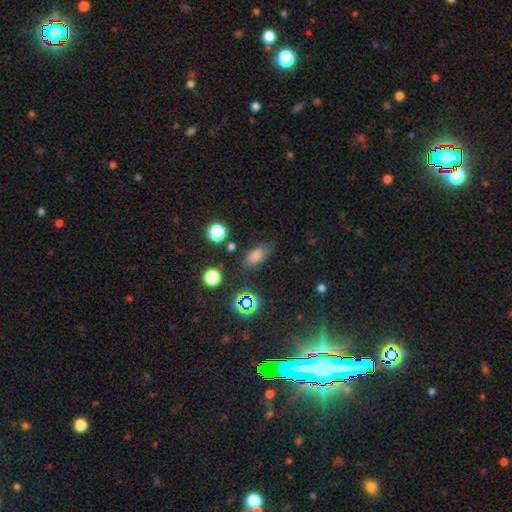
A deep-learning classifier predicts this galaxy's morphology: type=smooth (70%); roundness=in between (82%); merging=none (73%).